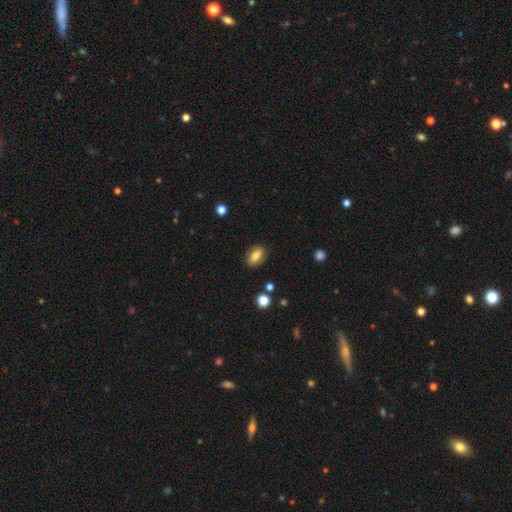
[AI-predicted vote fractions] Smooth or featured? Predicted: smooth (p=0.73). How rounded? Predicted: in between (p=0.83). Merging? Predicted: none (p=0.85).